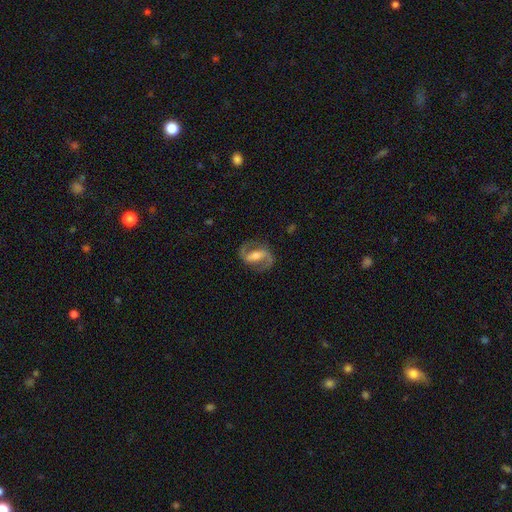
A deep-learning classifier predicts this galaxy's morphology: Overall: featured or disk (88%). Edge-on disk: no (97%). Bar: strong (45%; weak 39%). Spiral arms: yes (96%). Spiral arm count: 2 (93%). Spiral winding: medium (54%; loose 32%). Bulge size: moderate (55%; small 28%). Merging: none (82%).